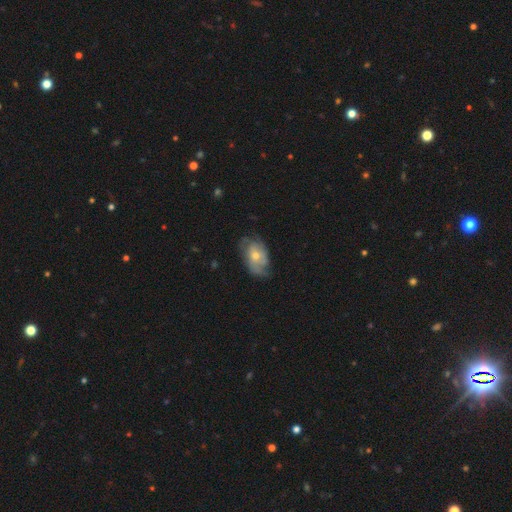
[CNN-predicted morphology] Smooth or featured?
  - featured or disk: 60% *
  - smooth: 31%
  - star or artifact: 8%
Edge-on disk?
  - no: 95% *
  - yes: 5%
Bar?
  - no: 79% *
  - weak: 18%
  - strong: 3%
Spiral arms?
  - yes: 76% *
  - no: 24%
Bulge size?
  - moderate: 57% *
  - small: 38%
  - large: 3%
  - none: 2%
  - dominant: 1%
Merging?
  - none: 57% *
  - minor disturbance: 28%
  - major disturbance: 13%
  - merger: 1%